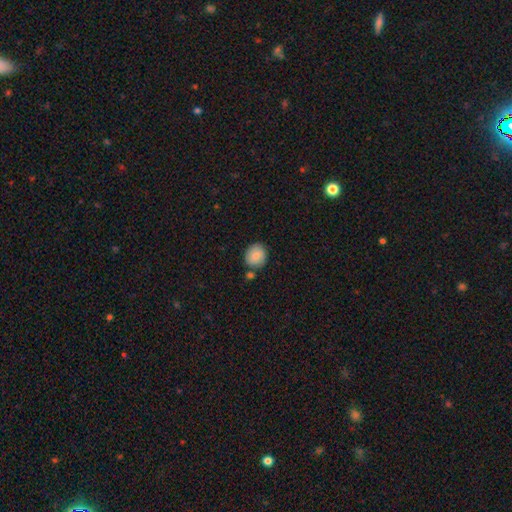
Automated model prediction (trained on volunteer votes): smooth_or_featured: smooth (p=0.83) [alt: featured or disk p=0.09]
how_rounded: round (p=0.80) [alt: in between p=0.19]
merging: none (p=0.74) [alt: minor disturbance p=0.13]